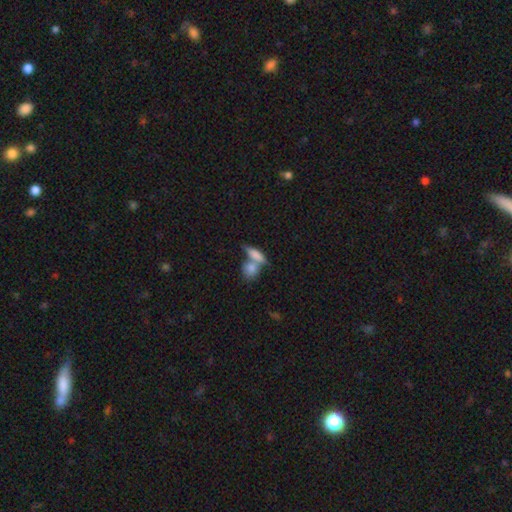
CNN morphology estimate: smooth 77%, featured or disk 16%, star or artifact 7%. Down the decision tree: how rounded — in between (61%); merging — merger (53%).